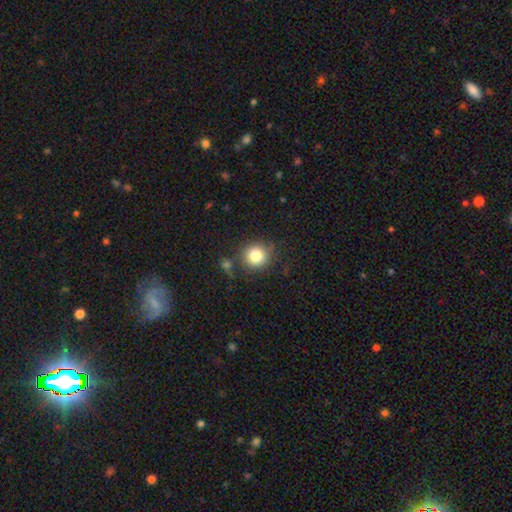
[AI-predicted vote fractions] Smooth or featured? Predicted: smooth (p=0.82). How rounded? Predicted: round (p=0.92). Merging? Predicted: none (p=0.80).